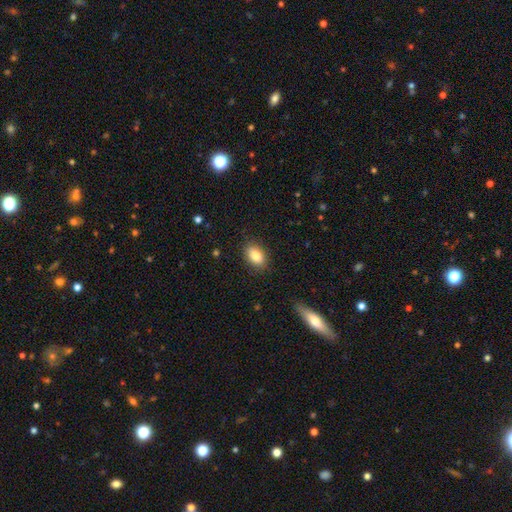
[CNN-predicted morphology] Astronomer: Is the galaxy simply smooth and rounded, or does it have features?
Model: smooth — 84%.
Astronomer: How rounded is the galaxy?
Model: in between — 87%.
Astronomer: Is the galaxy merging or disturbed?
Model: none — 87%.